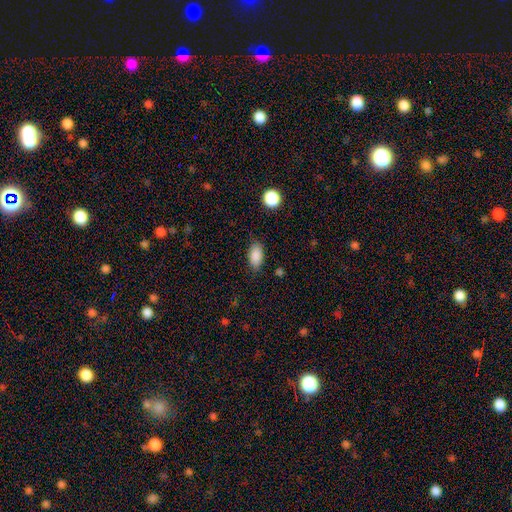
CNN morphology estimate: smooth-or-featured: smooth: 87% | star or artifact: 8% | featured or disk: 5%
  how-rounded: in between: 90% | round: 5% | cigar-shaped: 4%
  merging: none: 82% | minor disturbance: 13% | major disturbance: 4% | merger: 2%